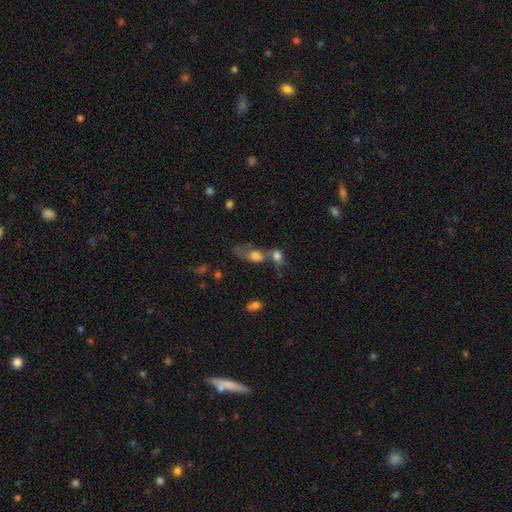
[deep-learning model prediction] Overall: smooth (66%). How rounded: in between (75%). Merging: merger (60%).